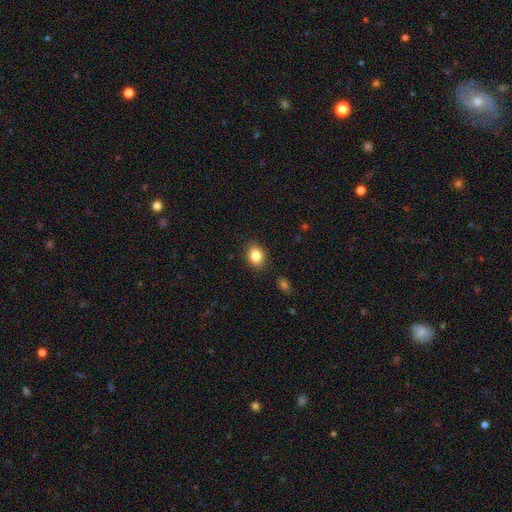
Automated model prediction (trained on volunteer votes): Smooth or featured?
  - smooth: 84% *
  - star or artifact: 9%
  - featured or disk: 6%
How rounded?
  - in between: 58% *
  - round: 41%
  - cigar-shaped: 1%
Merging?
  - none: 87% *
  - minor disturbance: 9%
  - major disturbance: 2%
  - merger: 2%